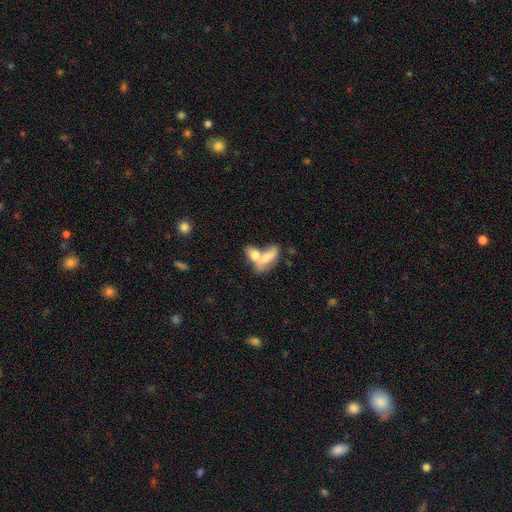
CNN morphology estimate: A smooth galaxy with no disk features (70%) that is in between round and cigar-shaped (80%).

Vote fractions:
- Smooth or featured? smooth: 70% / featured or disk: 23% / star or artifact: 7%
- How rounded? in between: 80% / cigar-shaped: 12% / round: 8%
- Merging? merger: 67% / none: 20% / minor disturbance: 8% / major disturbance: 6%